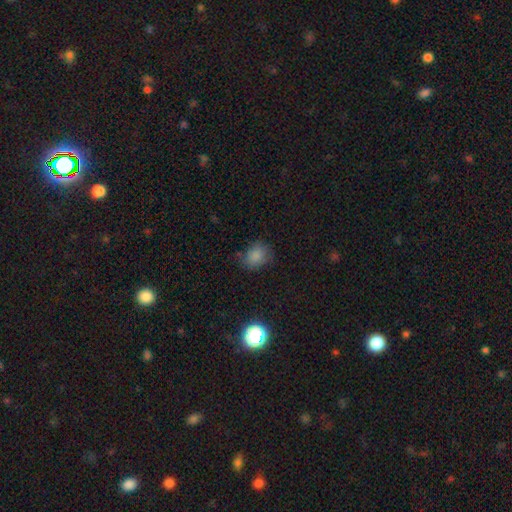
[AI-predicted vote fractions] Smooth or featured? smooth (82%)
How rounded? in between (53%)
Merging? none (69%)